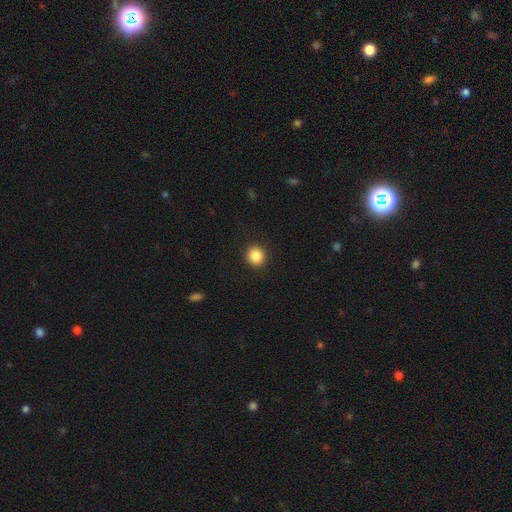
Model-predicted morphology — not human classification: type=smooth (87%); roundness=round (89%); merging=none (92%).